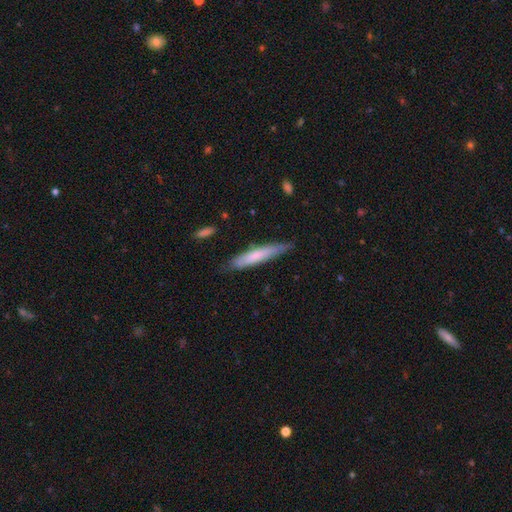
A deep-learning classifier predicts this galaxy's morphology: Smooth or featured: smooth — 67% (featured or disk — 27%)
How rounded: cigar-shaped — 91% (in between — 8%)
Merging: none — 78% (minor disturbance — 18%)